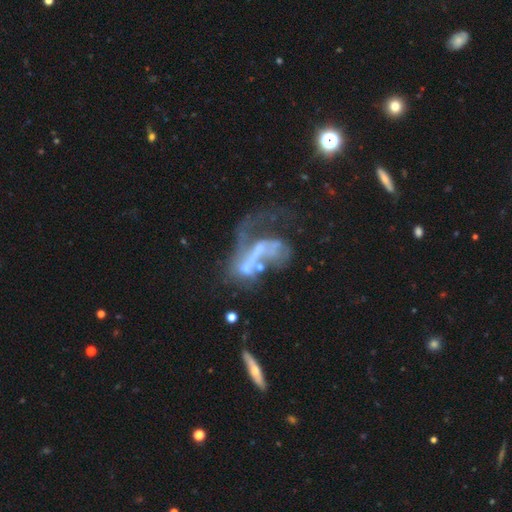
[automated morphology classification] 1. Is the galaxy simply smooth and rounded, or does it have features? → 67% featured or disk, 19% smooth, 14% star or artifact.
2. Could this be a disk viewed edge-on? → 91% no, 9% yes.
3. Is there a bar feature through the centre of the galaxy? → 61% no, 20% weak, 19% strong.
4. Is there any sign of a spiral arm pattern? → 62% no, 38% yes.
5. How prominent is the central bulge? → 58% none, 21% small, 15% moderate, 4% large, 2% dominant.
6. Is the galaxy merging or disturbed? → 44% major disturbance, 29% merger, 18% none, 10% minor disturbance.